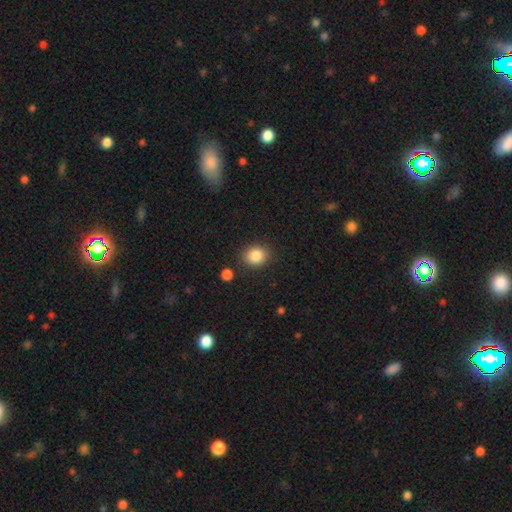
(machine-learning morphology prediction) Smooth or featured? Predicted: smooth (p=0.86). How rounded? Predicted: round (p=0.68). Merging? Predicted: none (p=0.85).